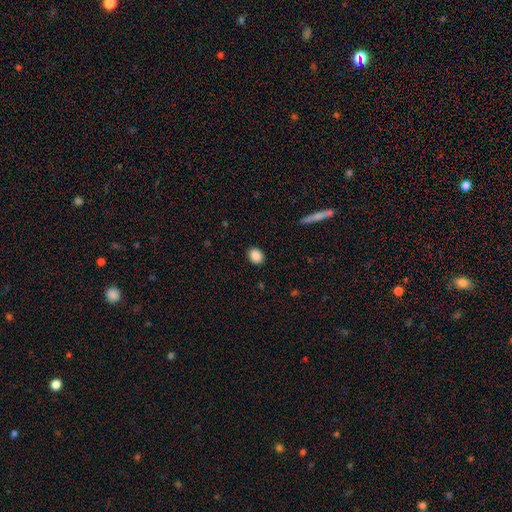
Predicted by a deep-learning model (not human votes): smooth-or-featured: smooth: 89% | star or artifact: 8% | featured or disk: 3%
  how-rounded: in between: 53% | round: 46% | cigar-shaped: 1%
  merging: none: 90% | minor disturbance: 7% | major disturbance: 2% | merger: 1%